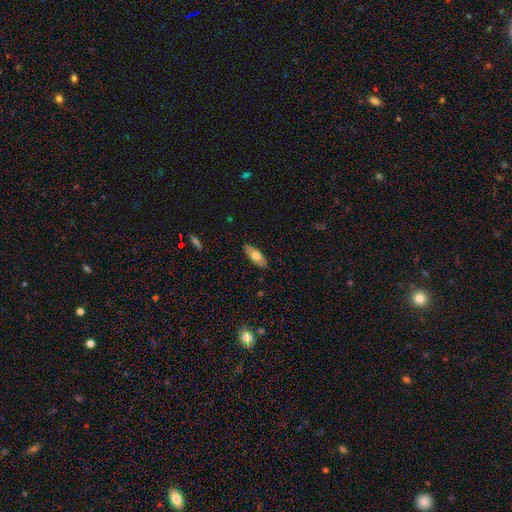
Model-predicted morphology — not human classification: Overall: smooth (67%; featured or disk 27%). How rounded: in between (76%). Merging: none (88%).